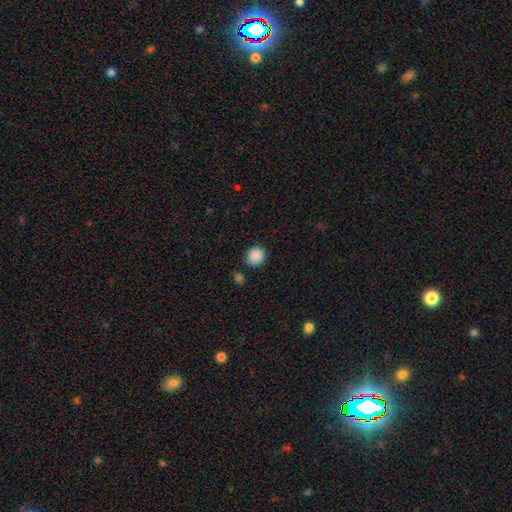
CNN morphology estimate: Smooth or featured?
  - smooth: 88% *
  - star or artifact: 9%
  - featured or disk: 3%
How rounded?
  - round: 88% *
  - in between: 11%
  - cigar-shaped: 1%
Merging?
  - none: 83% *
  - minor disturbance: 10%
  - merger: 4%
  - major disturbance: 3%